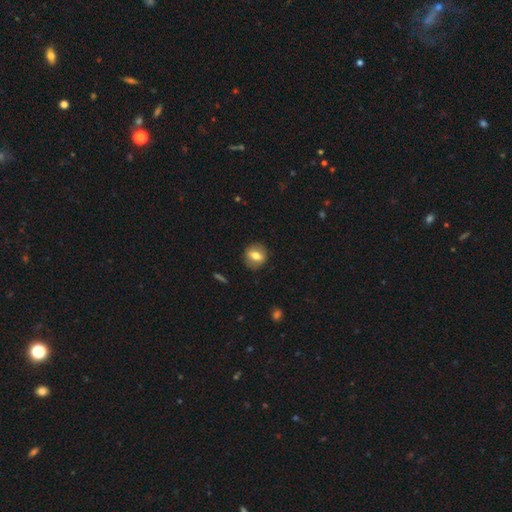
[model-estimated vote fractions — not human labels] A smooth galaxy with no disk features (63%) that is round (69%). Merging: none (87%).